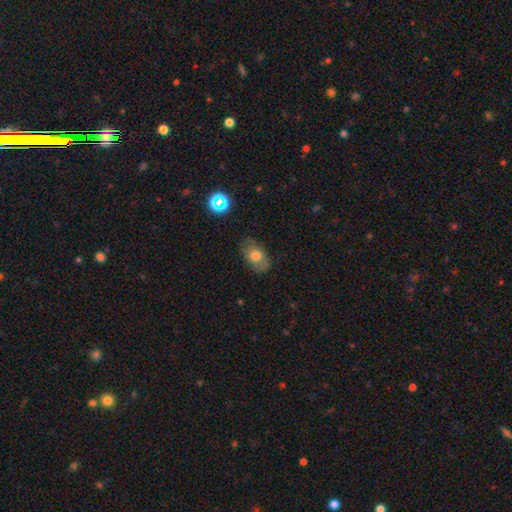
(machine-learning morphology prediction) Smooth or featured: smooth — 69% (featured or disk — 21%)
How rounded: in between — 83% (round — 15%)
Merging: none — 75% (minor disturbance — 19%)